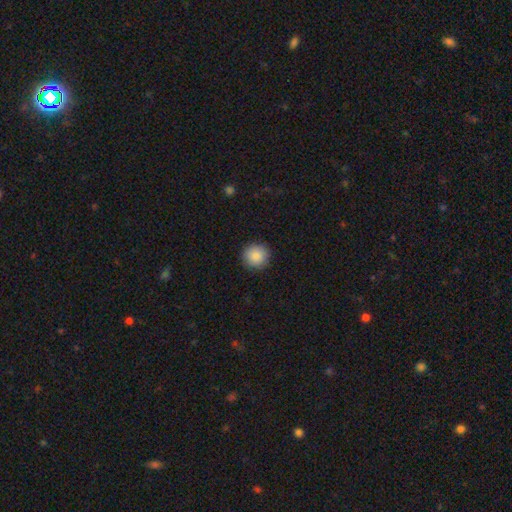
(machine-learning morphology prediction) Q: Smooth or featured?
A: smooth (88%); runner-up: star or artifact (8%)
Q: How rounded?
A: round (93%); runner-up: in between (6%)
Q: Merging?
A: none (91%); runner-up: minor disturbance (6%)